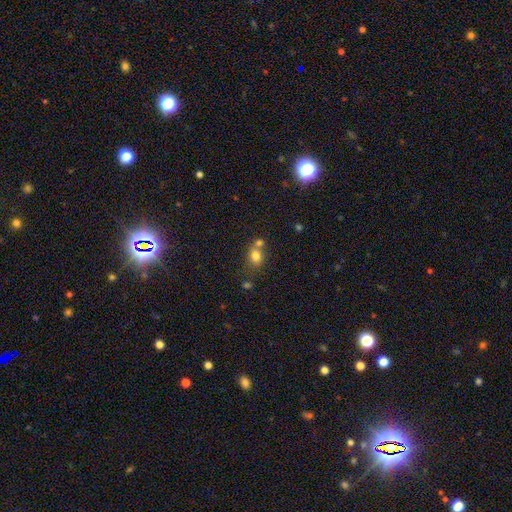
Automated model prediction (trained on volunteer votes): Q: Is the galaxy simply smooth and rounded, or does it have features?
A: smooth — 78%.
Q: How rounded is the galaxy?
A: in between — 53%.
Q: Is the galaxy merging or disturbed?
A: none — 46%.